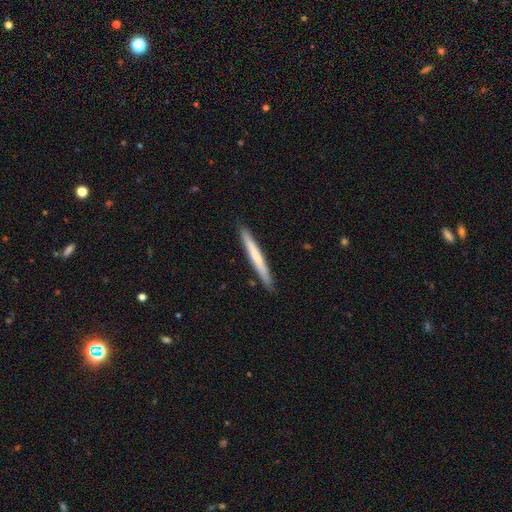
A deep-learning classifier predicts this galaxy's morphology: This is likely a smooth galaxy (60%). How rounded: clearly cigar-shaped (97%). Merging: clearly none (90%).